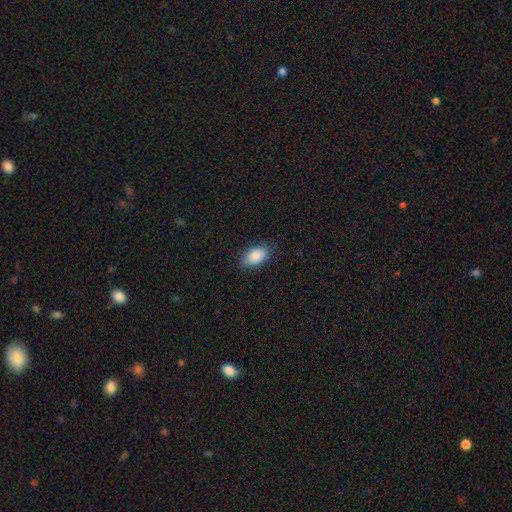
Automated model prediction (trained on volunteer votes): This is clearly a smooth galaxy (87%). How rounded: clearly in between (93%). Merging: clearly none (81%).